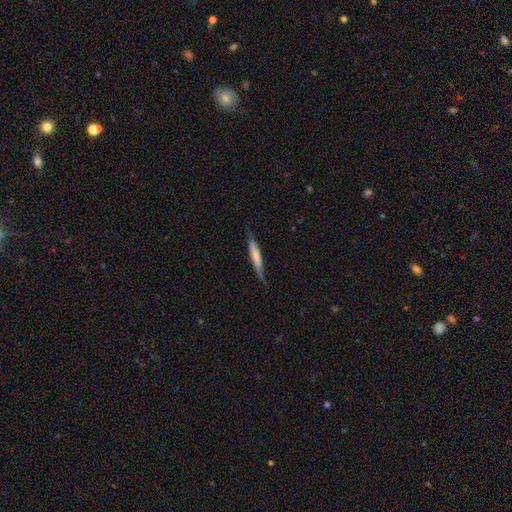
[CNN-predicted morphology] smooth_or_featured: smooth (p=0.55) [alt: featured or disk p=0.40]
how_rounded: cigar-shaped (p=0.91) [alt: in between p=0.08]
merging: none (p=0.76) [alt: minor disturbance p=0.19]